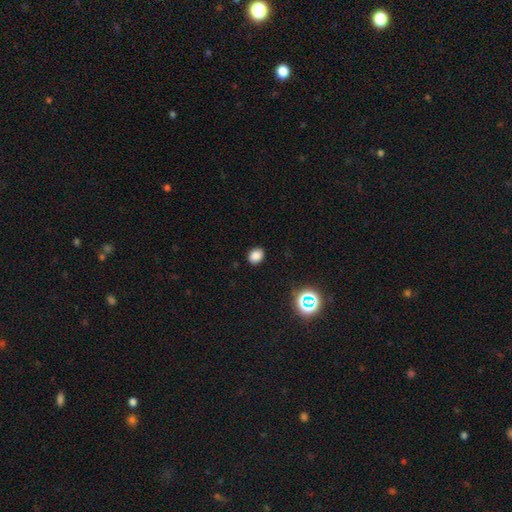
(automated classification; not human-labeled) This appears to be a smooth galaxy with no disk features (83%) that is in between round and cigar-shaped (53%). Merging: none (88%).